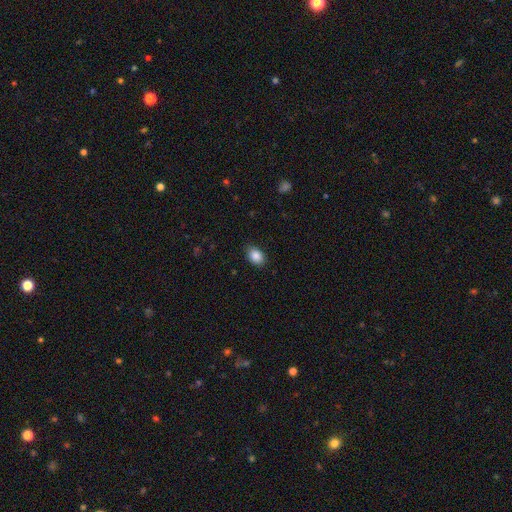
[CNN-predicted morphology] smooth 87%, star or artifact 8%, featured or disk 4%. Down the decision tree: how rounded — in between (74%); merging — none (84%).